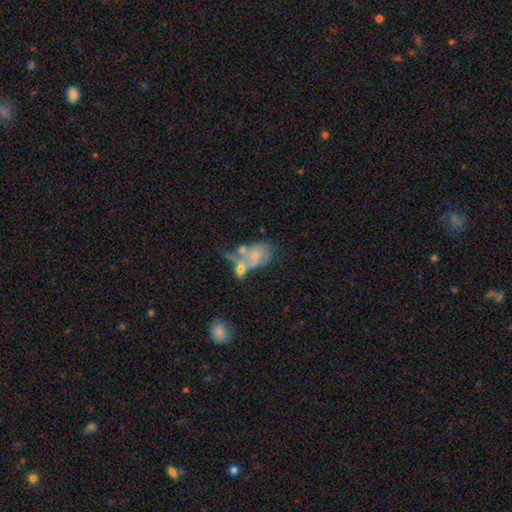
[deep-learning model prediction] Q: Smooth or featured?
A: featured or disk (51%); runner-up: smooth (40%)
Q: Edge-on disk?
A: no (96%); runner-up: yes (4%)
Q: Merging?
A: merger (46%); runner-up: major disturbance (20%)